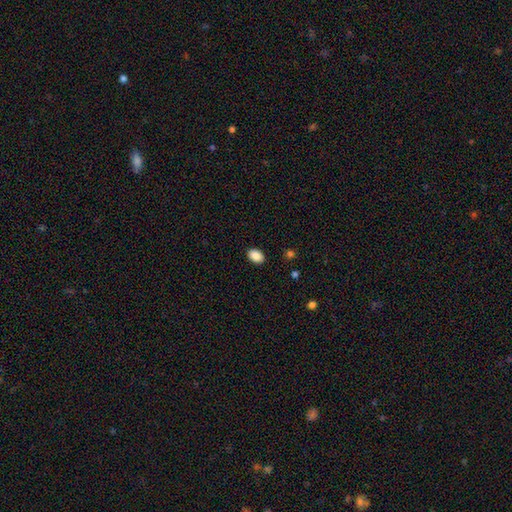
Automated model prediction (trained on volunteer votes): Smooth or featured?
  - smooth: 89% *
  - star or artifact: 8%
  - featured or disk: 3%
How rounded?
  - in between: 86% *
  - round: 13%
  - cigar-shaped: 1%
Merging?
  - none: 89% *
  - minor disturbance: 8%
  - major disturbance: 2%
  - merger: 1%